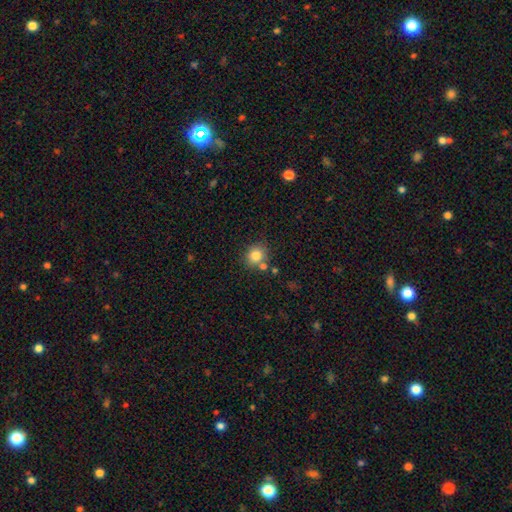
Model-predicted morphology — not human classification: A smooth galaxy with no disk features (81%) that is round (82%).

Vote fractions:
- Smooth or featured? smooth: 81% / star or artifact: 11% / featured or disk: 8%
- How rounded? round: 82% / in between: 18% / cigar-shaped: 1%
- Merging? none: 72% / merger: 14% / minor disturbance: 11% / major disturbance: 3%